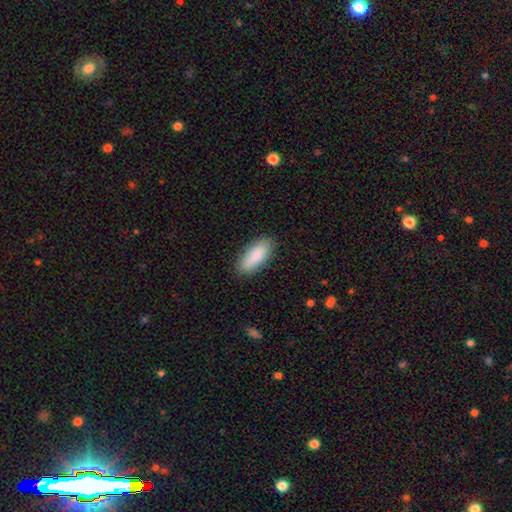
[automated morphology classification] This appears to be a smooth galaxy with no disk features (88%) that is in between round and cigar-shaped (76%). Merging: none (85%).